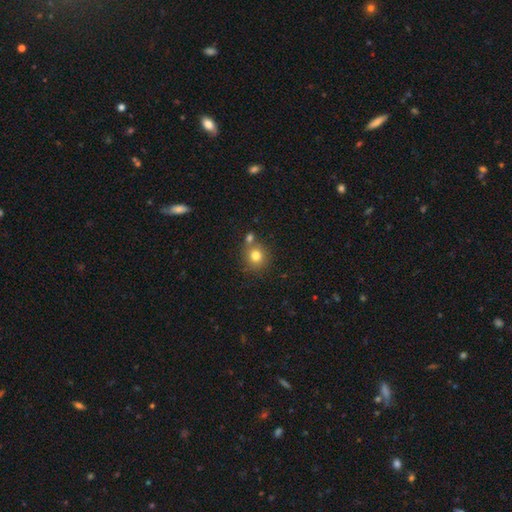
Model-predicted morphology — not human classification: The model was most divided on "merging": none: 67%, merger: 20%, minor disturbance: 10%, major disturbance: 3%. More confident: how rounded — round (87%); smooth or featured — smooth (79%).